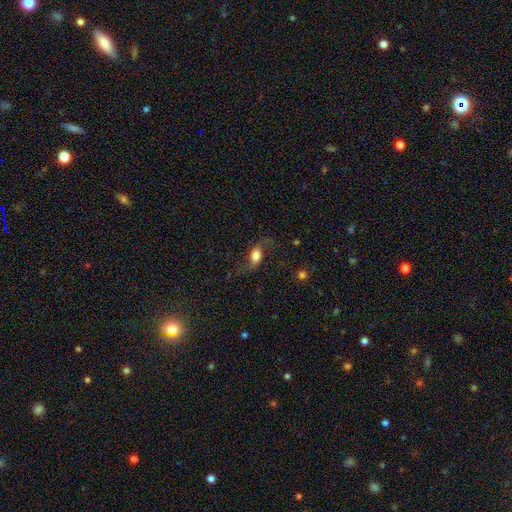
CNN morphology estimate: Q: Smooth or featured?
A: smooth (46%); runner-up: featured or disk (45%)
Q: Merging?
A: none (63%); runner-up: minor disturbance (19%)